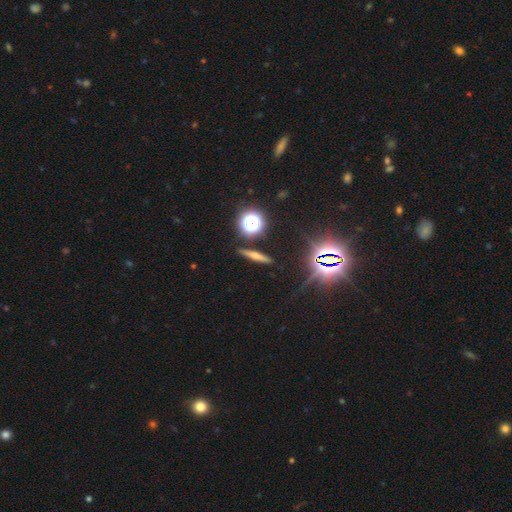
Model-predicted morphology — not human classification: The model was most divided on "smooth or featured": smooth: 43%, featured or disk: 35%, star or artifact: 22%. More confident: merging — none (88%).